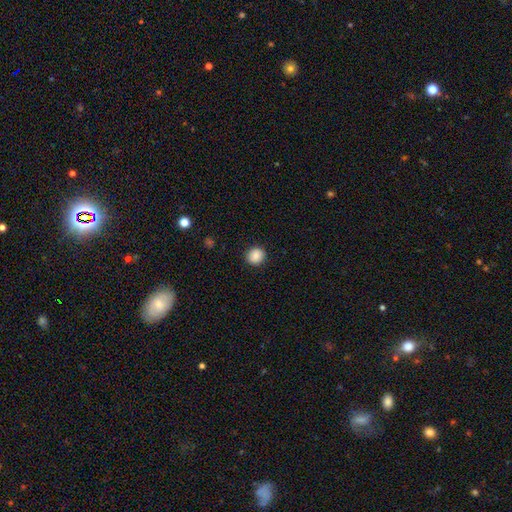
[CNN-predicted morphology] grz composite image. It shows a smooth galaxy with no disk features (87%) that is round (87%). Merging: none (91%).